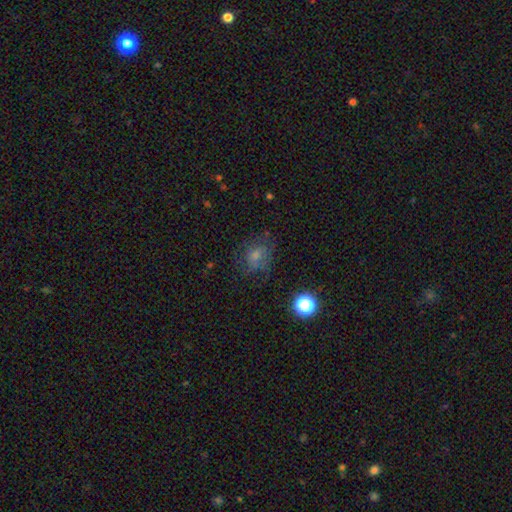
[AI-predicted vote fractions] Overall: smooth (46%; featured or disk 28%). Merging: none (66%).